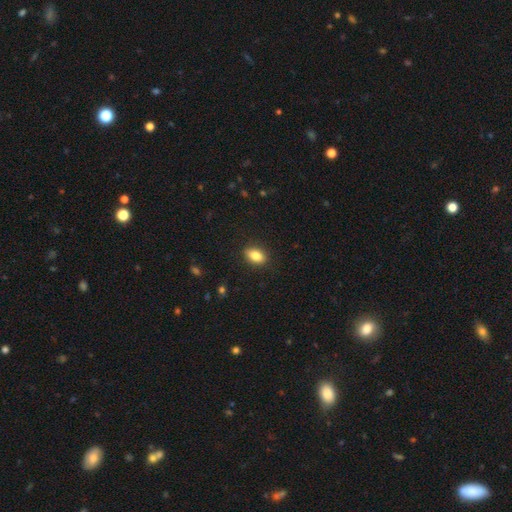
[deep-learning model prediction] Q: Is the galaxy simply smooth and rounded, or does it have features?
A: smooth — 84%.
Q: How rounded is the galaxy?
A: in between — 86%.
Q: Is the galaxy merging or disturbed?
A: none — 88%.